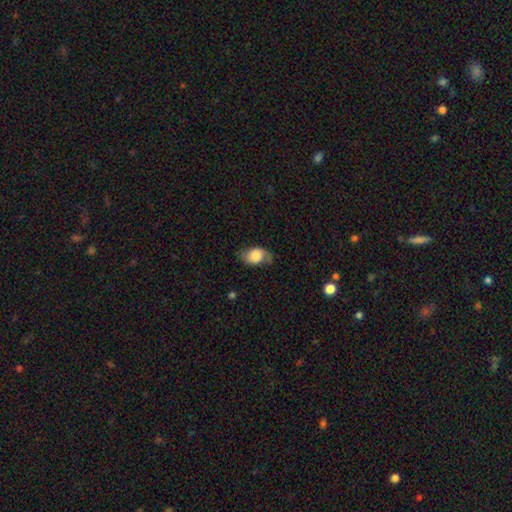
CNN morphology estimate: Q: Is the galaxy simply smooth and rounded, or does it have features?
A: smooth — 62%.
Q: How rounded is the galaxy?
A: in between — 80%.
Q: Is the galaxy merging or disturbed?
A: none — 61%.